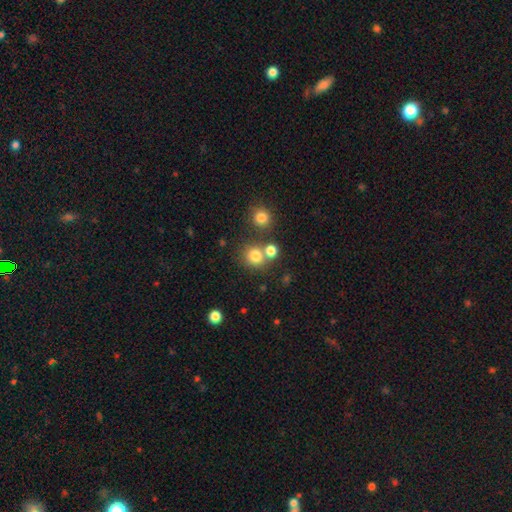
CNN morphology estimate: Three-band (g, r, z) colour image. It shows a smooth galaxy with no disk features (78%) that is round (86%). Merging: none (64%).